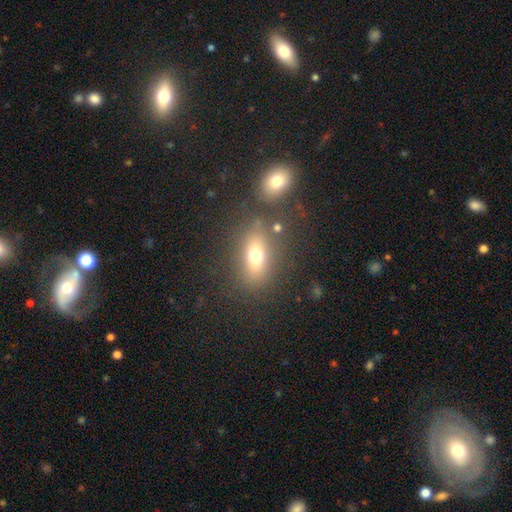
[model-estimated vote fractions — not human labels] Smooth or featured: smooth — 65% (featured or disk — 21%)
How rounded: in between — 68% (round — 23%)
Merging: none — 75% (minor disturbance — 12%)